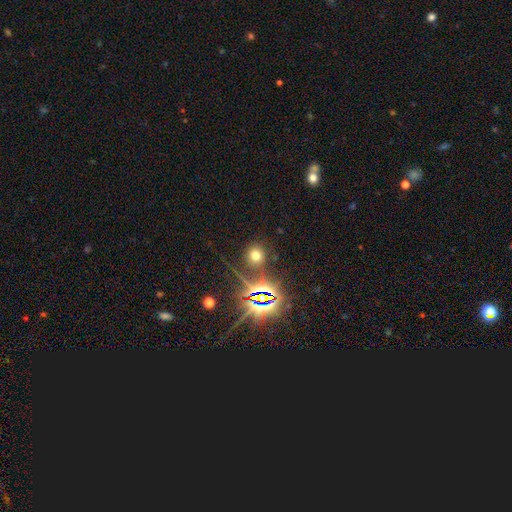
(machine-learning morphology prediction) A smooth galaxy with no disk features (59%) that is round (85%). Merging: none (81%).